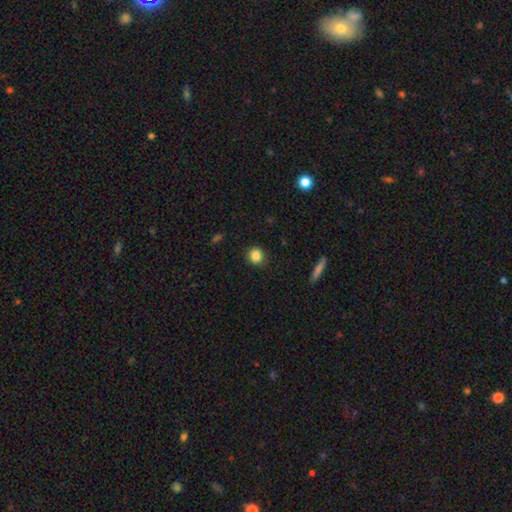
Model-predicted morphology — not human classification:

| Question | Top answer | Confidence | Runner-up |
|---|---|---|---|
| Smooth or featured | smooth | 85% | star or artifact (10%) |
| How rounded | round | 88% | in between (10%) |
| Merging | none | 90% | minor disturbance (7%) |